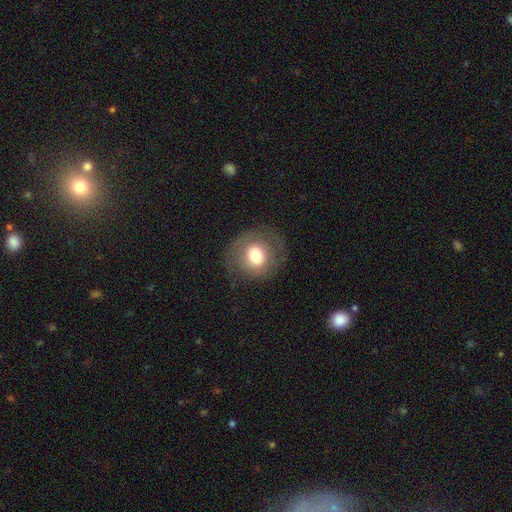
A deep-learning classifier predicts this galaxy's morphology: Smooth or featured?
  - smooth: 69% *
  - featured or disk: 21%
  - star or artifact: 10%
How rounded?
  - round: 83% *
  - in between: 16%
  - cigar-shaped: 1%
Merging?
  - none: 80% *
  - minor disturbance: 12%
  - major disturbance: 7%
  - merger: 1%